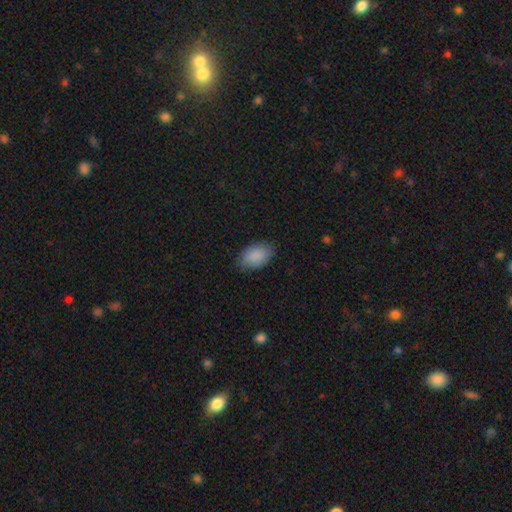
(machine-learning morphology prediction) Smooth or featured? Predicted: smooth (p=0.89). How rounded? Predicted: in between (p=0.93). Merging? Predicted: none (p=0.82).